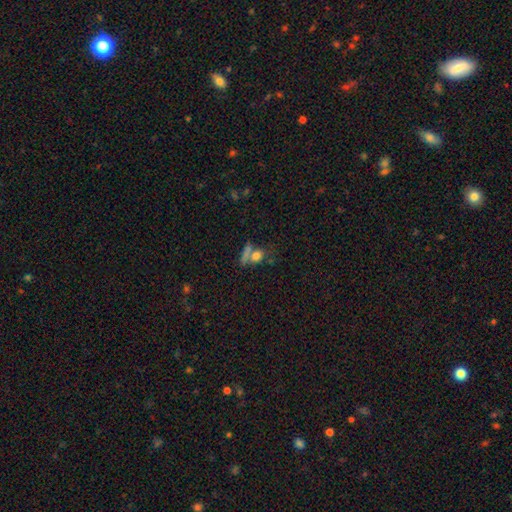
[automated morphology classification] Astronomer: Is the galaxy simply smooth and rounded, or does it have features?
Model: smooth — 73%.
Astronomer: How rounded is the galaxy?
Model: in between — 46% (runner-up: round, 42%).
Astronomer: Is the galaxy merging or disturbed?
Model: none — 47% (runner-up: merger, 32%).